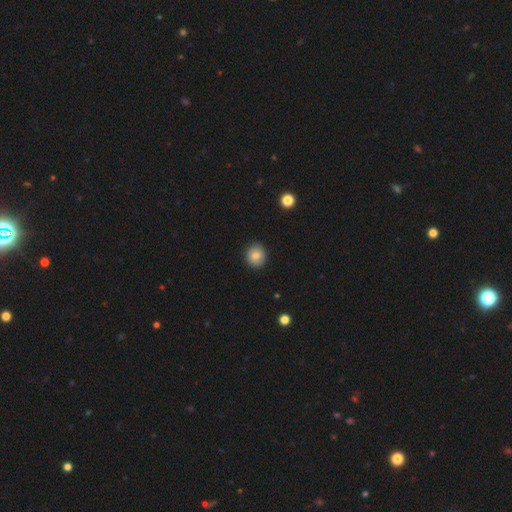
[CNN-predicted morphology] Q: Smooth or featured?
A: smooth (83%); runner-up: star or artifact (9%)
Q: How rounded?
A: round (86%); runner-up: in between (13%)
Q: Merging?
A: none (89%); runner-up: minor disturbance (8%)